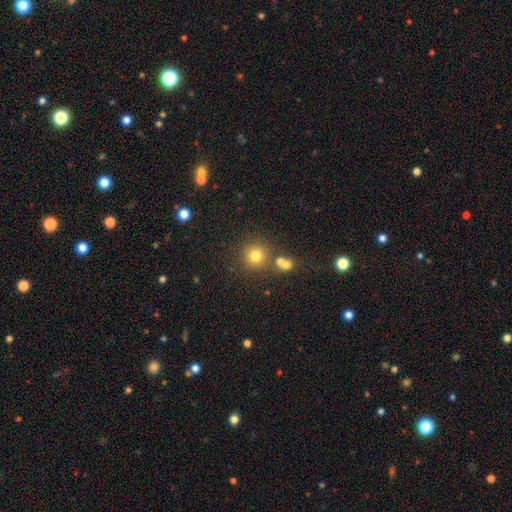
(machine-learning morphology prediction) The model was most divided on "smooth or featured": smooth: 76%, star or artifact: 15%, featured or disk: 8%. More confident: how rounded — round (92%); merging — none (76%).